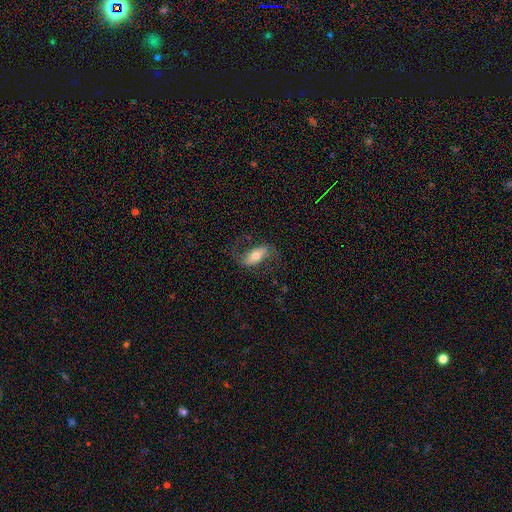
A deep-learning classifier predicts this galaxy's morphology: This appears to be a featured or disk galaxy (57%). Merging: none (70%).